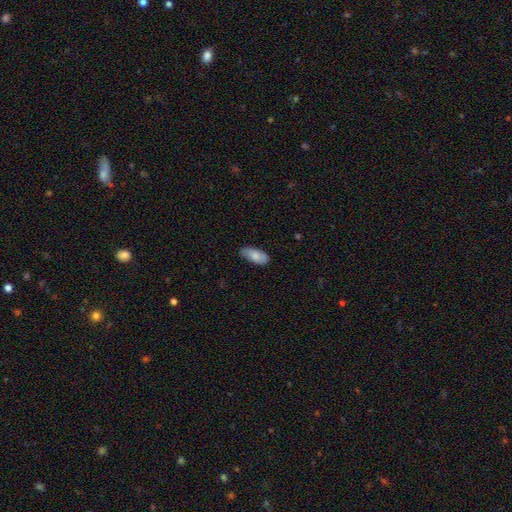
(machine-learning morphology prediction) Overall: smooth (81%). How rounded: in between (88%). Merging: none (76%).